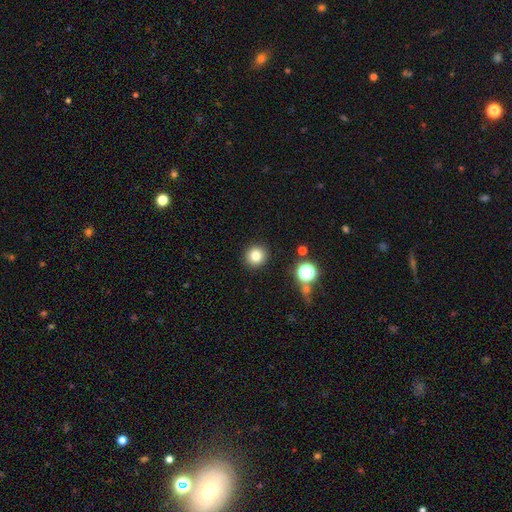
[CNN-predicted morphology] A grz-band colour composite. It shows a smooth galaxy with no disk features (80%) that is round (93%). Merging: none (90%).